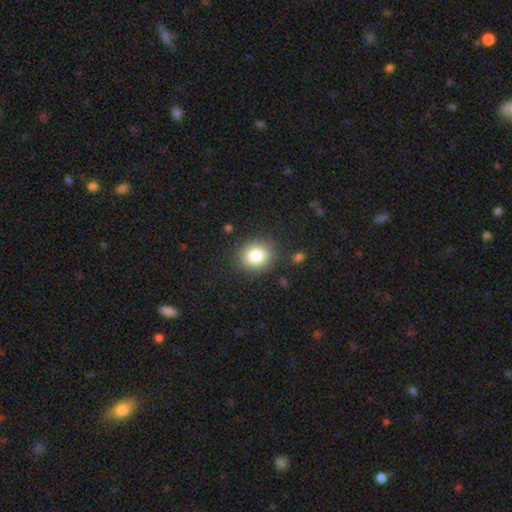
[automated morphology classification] The model was most divided on "how rounded": round: 73%, in between: 26%, cigar-shaped: 1%. More confident: merging — none (86%); smooth or featured — smooth (83%).